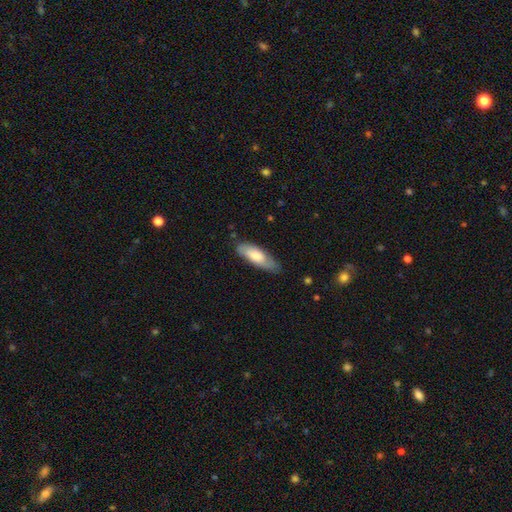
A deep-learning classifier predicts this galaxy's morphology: This is likely a smooth galaxy (61%). How rounded: likely in between (62%). Merging: likely none (71%).